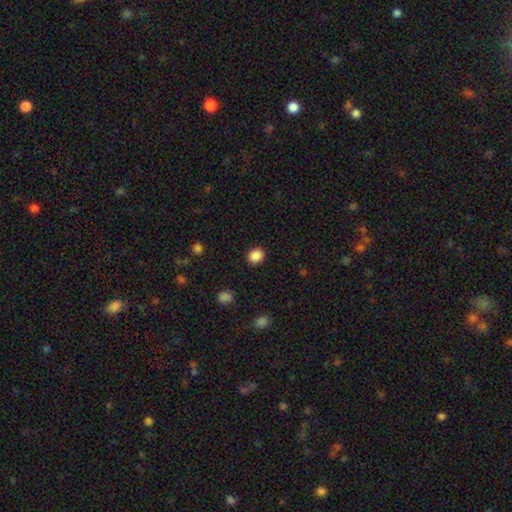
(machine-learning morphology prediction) smooth 87%, star or artifact 10%, featured or disk 3%. Down the decision tree: how rounded — round (73%); merging — none (90%).